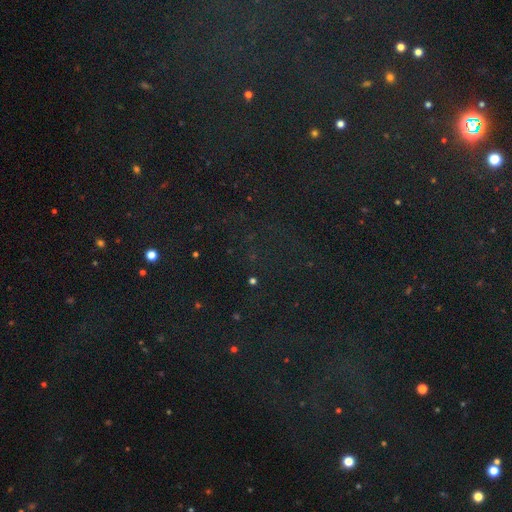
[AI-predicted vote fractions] Overall: star or artifact (81%).